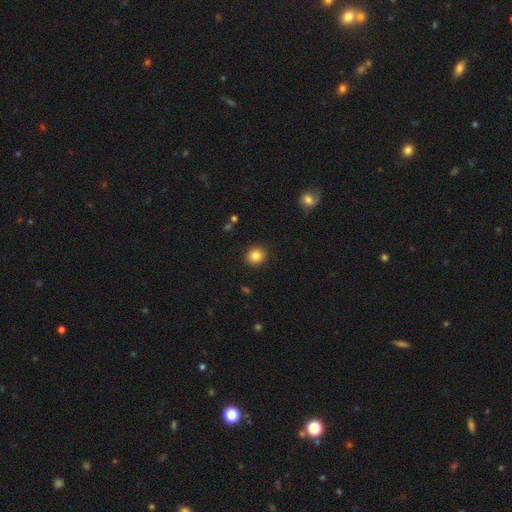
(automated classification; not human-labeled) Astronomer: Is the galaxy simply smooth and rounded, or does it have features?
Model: smooth — 84%.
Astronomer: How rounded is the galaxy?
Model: round — 83%.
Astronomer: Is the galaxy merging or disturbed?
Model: none — 91%.